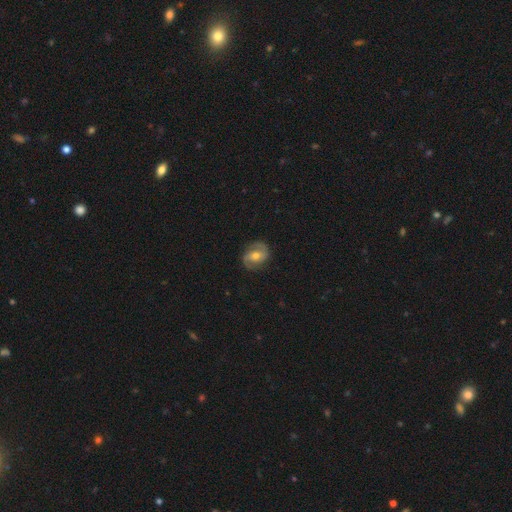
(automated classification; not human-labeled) smooth_or_featured: featured or disk (p=0.78) [alt: smooth p=0.16]
disk_edge_on: no (p=0.97) [alt: yes p=0.03]
bar: weak (p=0.42) [alt: no p=0.41]
has_spiral_arms: yes (p=0.93) [alt: no p=0.07]
spiral_winding: medium (p=0.51) [alt: tight p=0.28]
spiral_arm_count: 2 (p=0.89) [alt: can't tell p=0.05]
bulge_size: moderate (p=0.68) [alt: small p=0.25]
merging: none (p=0.81) [alt: minor disturbance p=0.13]